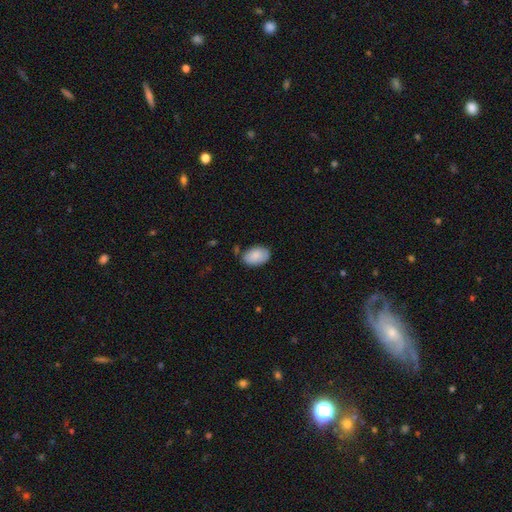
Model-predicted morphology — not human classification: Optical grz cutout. It shows a smooth galaxy with no disk features (86%) that is in between round and cigar-shaped (87%). Merging: none (73%).